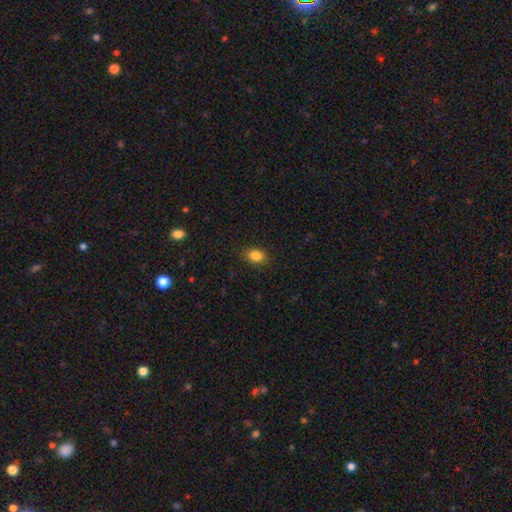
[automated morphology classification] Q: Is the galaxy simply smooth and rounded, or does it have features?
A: smooth — 85%.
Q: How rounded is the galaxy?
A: in between — 73%.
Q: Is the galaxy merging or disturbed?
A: none — 87%.